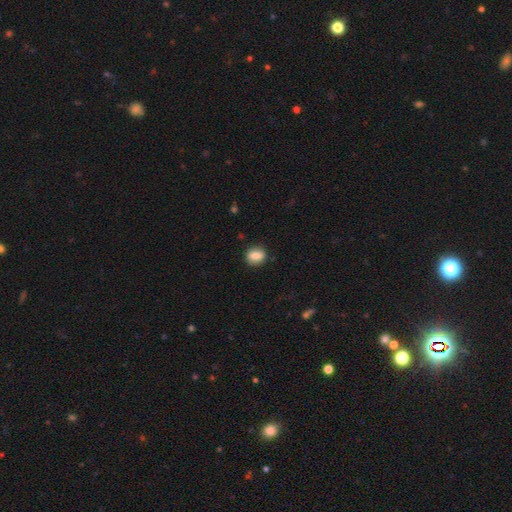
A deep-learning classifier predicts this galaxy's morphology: Q: Smooth or featured?
A: smooth (78%); runner-up: featured or disk (14%)
Q: How rounded?
A: round (50%); runner-up: in between (47%)
Q: Merging?
A: none (86%); runner-up: minor disturbance (10%)